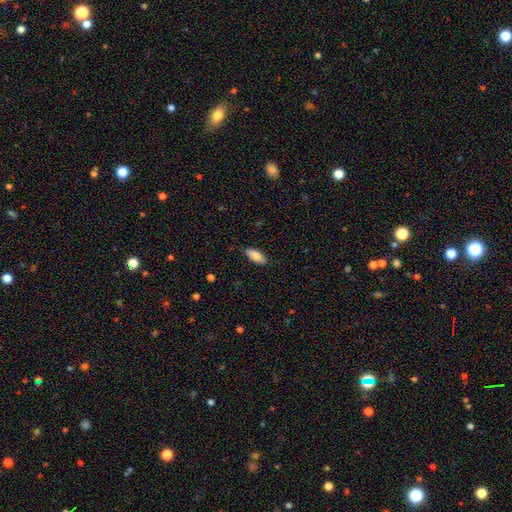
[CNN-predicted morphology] A smooth galaxy with no disk features (82%) that is in between round and cigar-shaped (85%). Merging: none (87%).